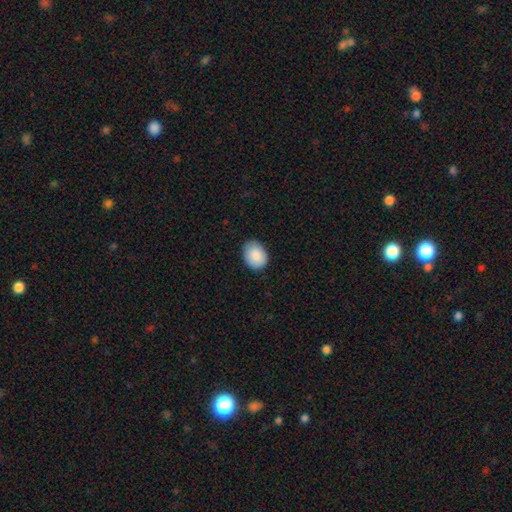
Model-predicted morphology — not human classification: This is clearly a smooth galaxy (88%). How rounded: possibly in between (58%). Merging: clearly none (81%).